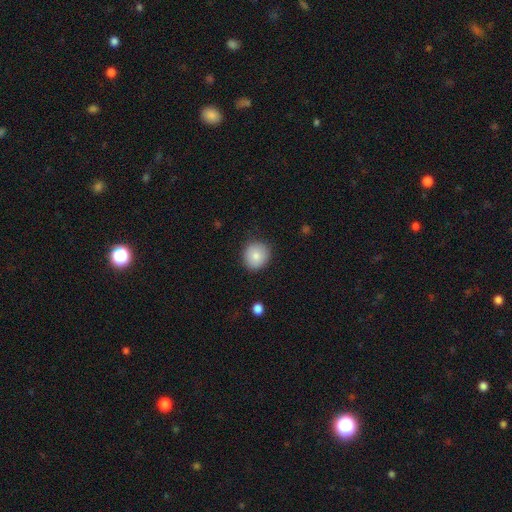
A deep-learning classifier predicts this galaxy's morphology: smooth-or-featured: smooth: 85% | star or artifact: 8% | featured or disk: 7%
  how-rounded: round: 85% | in between: 14% | cigar-shaped: 1%
  merging: none: 86% | minor disturbance: 10% | major disturbance: 3% | merger: 1%